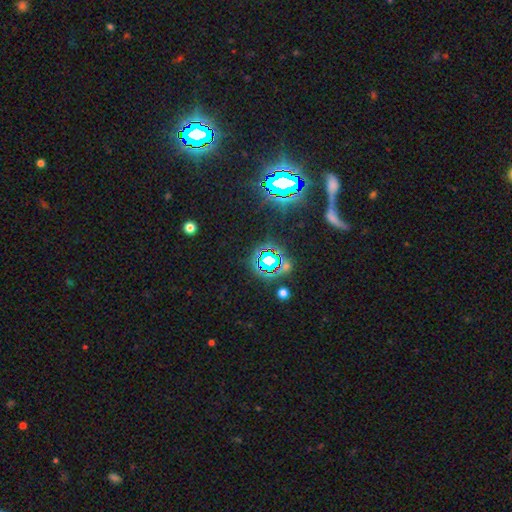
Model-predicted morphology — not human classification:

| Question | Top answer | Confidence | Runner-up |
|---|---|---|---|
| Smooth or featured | star or artifact | 74% | smooth (16%) |